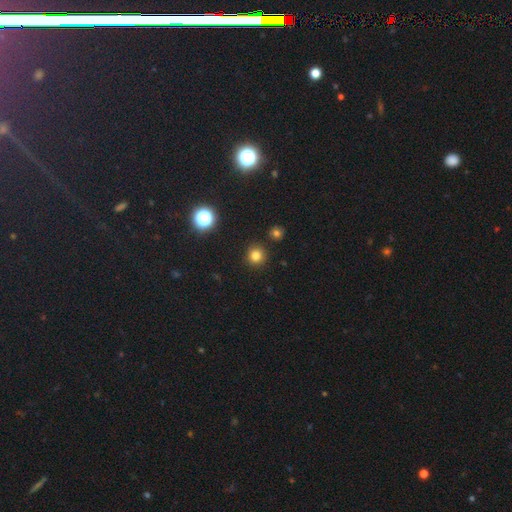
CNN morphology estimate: Overall: smooth (78%). How rounded: round (93%). Merging: none (89%).